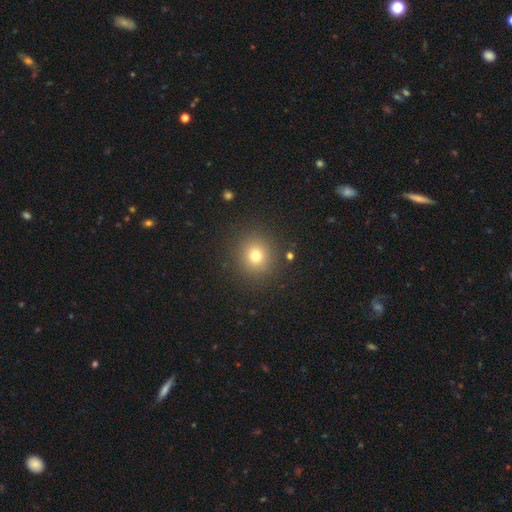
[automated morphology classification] This is likely a smooth galaxy (75%). How rounded: clearly round (89%). Merging: clearly none (89%).